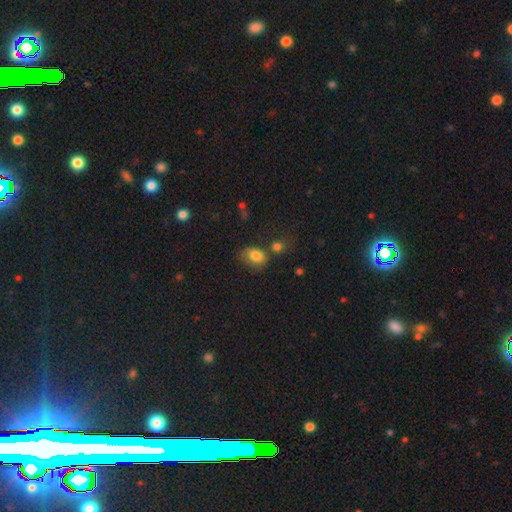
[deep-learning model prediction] A smooth galaxy with no disk features (81%) that is in between round and cigar-shaped (79%). Merging: none (49%).